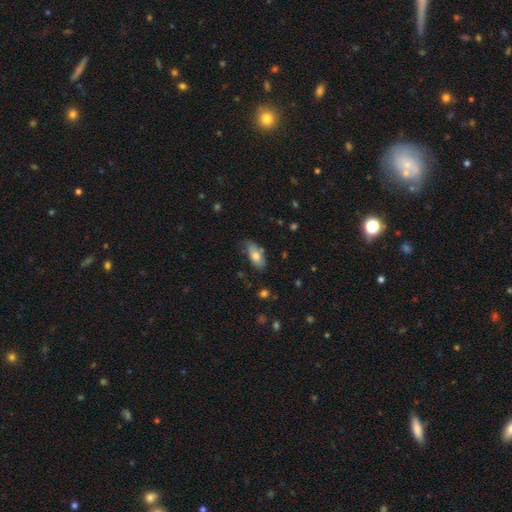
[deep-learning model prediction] Q: Smooth or featured?
A: smooth (75%); runner-up: featured or disk (18%)
Q: How rounded?
A: in between (88%); runner-up: cigar-shaped (10%)
Q: Merging?
A: none (63%); runner-up: minor disturbance (28%)